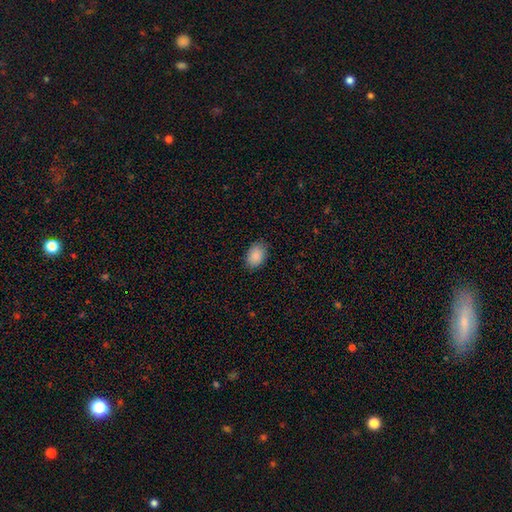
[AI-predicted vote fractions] This is clearly a smooth galaxy (90%). How rounded: clearly in between (82%). Merging: clearly none (86%).